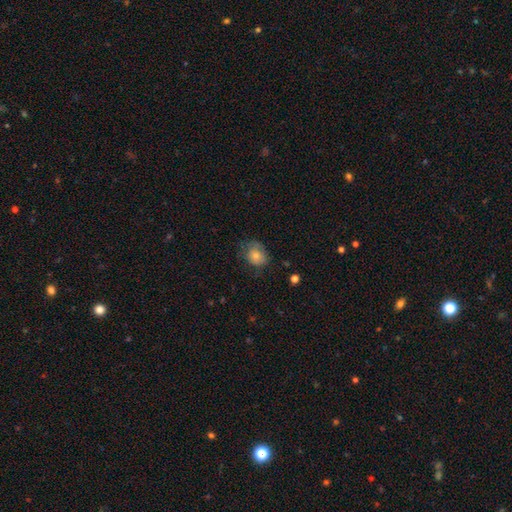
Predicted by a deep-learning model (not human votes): The model was most divided on "how rounded": round: 55%, in between: 44%, cigar-shaped: 1%. More confident: smooth or featured — smooth (72%); merging — none (59%).